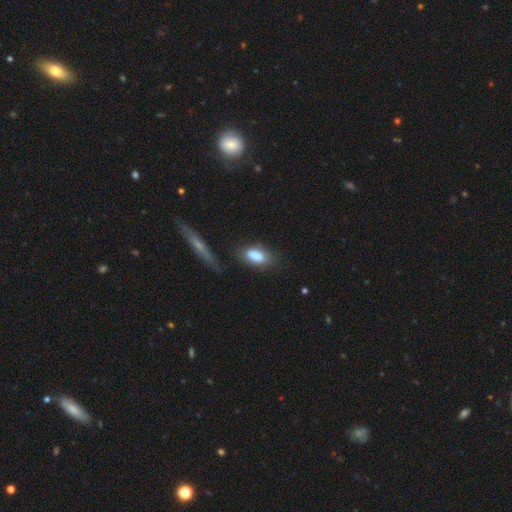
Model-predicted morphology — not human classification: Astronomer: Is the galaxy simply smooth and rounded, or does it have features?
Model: smooth — 84%.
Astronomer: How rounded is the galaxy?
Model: in between — 88%.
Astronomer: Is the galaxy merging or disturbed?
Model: none — 62%.